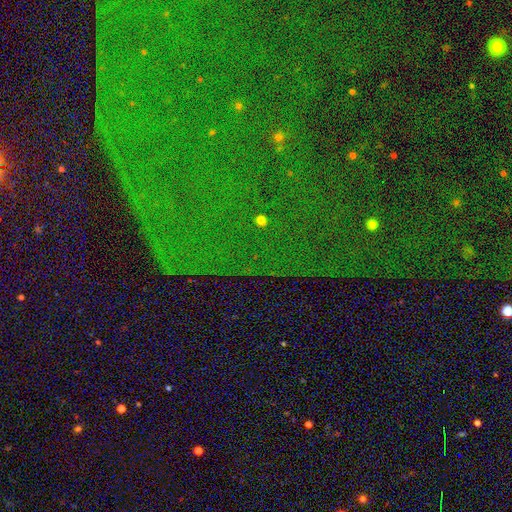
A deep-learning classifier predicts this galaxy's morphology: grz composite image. It shows a star or artifact, not a galaxy (87%).